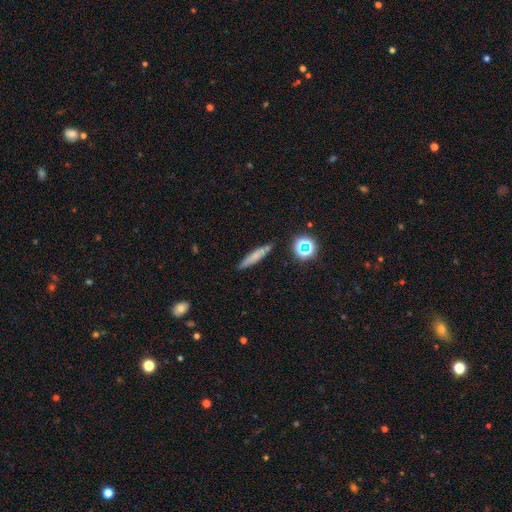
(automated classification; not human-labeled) A smooth galaxy with no disk features (67%) that is cigar-shaped (89%). Merging: none (85%).